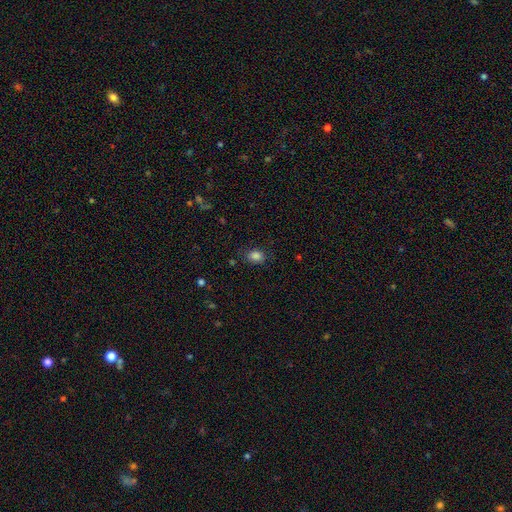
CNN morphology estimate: Q: Smooth or featured?
A: smooth (84%); runner-up: star or artifact (11%)
Q: How rounded?
A: in between (69%); runner-up: round (30%)
Q: Merging?
A: none (79%); runner-up: minor disturbance (15%)